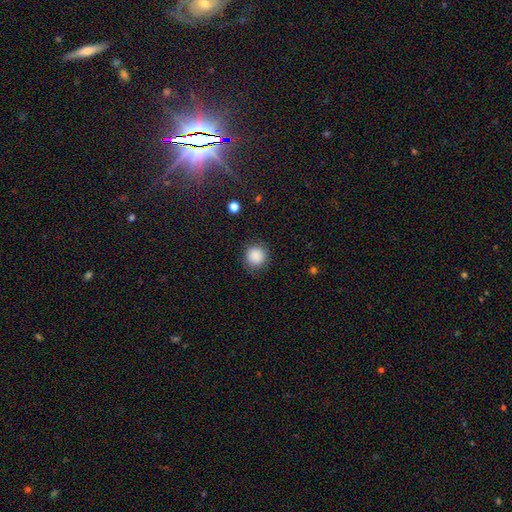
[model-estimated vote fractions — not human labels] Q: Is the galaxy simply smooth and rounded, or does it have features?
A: smooth — 88%.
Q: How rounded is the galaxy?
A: round — 93%.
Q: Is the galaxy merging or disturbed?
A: none — 87%.